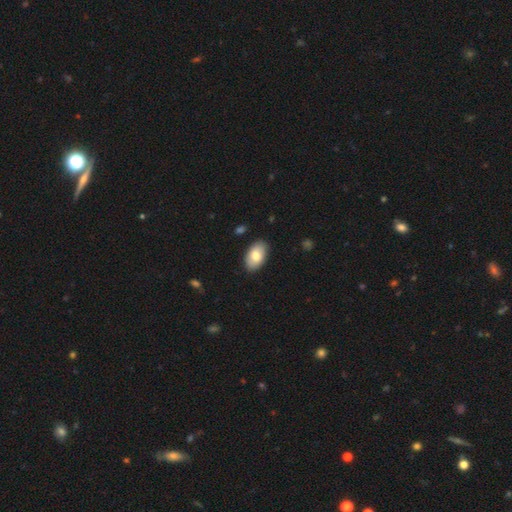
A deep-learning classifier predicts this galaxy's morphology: A smooth galaxy with no disk features (81%) that is in between round and cigar-shaped (95%).

Vote fractions:
- Smooth or featured? smooth: 81% / featured or disk: 14% / star or artifact: 6%
- How rounded? in between: 95% / round: 4% / cigar-shaped: 1%
- Merging? none: 87% / minor disturbance: 10% / major disturbance: 2% / merger: 1%